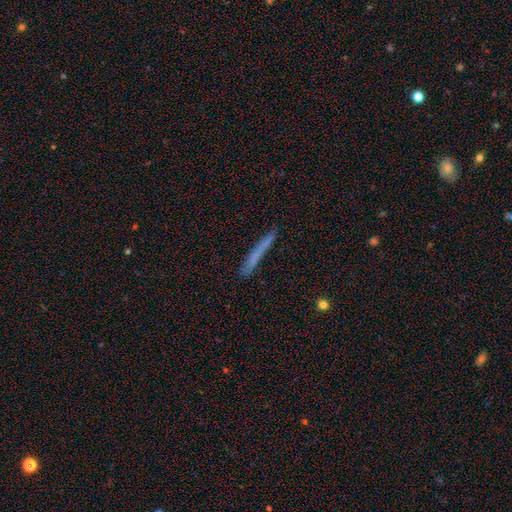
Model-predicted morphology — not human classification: A smooth galaxy with no disk features (61%) that is cigar-shaped (96%).

Vote fractions:
- Smooth or featured? smooth: 61% / featured or disk: 31% / star or artifact: 8%
- How rounded? cigar-shaped: 96% / in between: 3% / round: 2%
- Merging? none: 80% / minor disturbance: 14% / major disturbance: 3% / merger: 2%